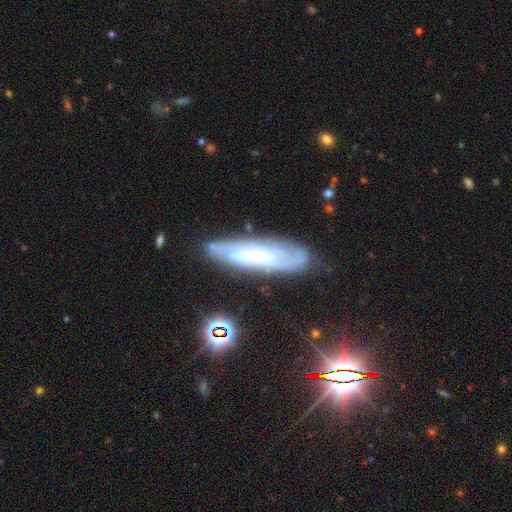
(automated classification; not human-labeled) This appears to be a featured or disk galaxy (59%). Merging: none (76%).